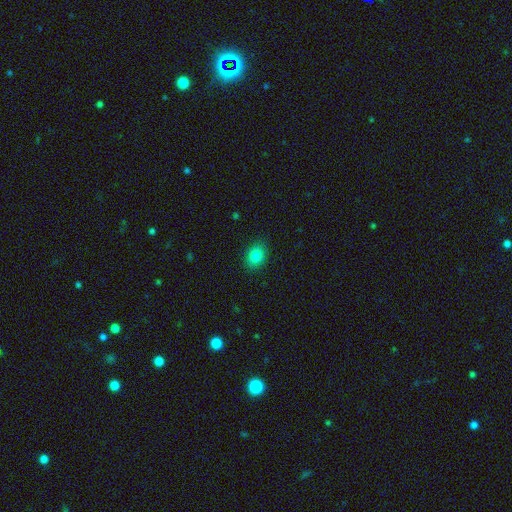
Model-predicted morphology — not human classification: Smooth or featured?
  - smooth: 83% *
  - star or artifact: 11%
  - featured or disk: 6%
How rounded?
  - in between: 65% *
  - round: 34%
  - cigar-shaped: 1%
Merging?
  - none: 88% *
  - minor disturbance: 9%
  - major disturbance: 2%
  - merger: 1%